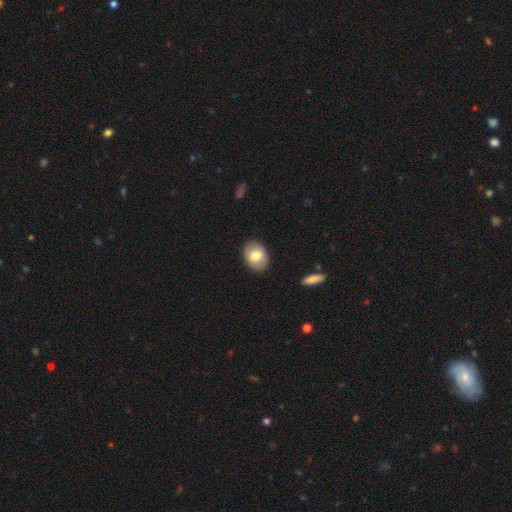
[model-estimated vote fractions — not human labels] A smooth galaxy with no disk features (77%) that is in between round and cigar-shaped (74%). Merging: none (88%).